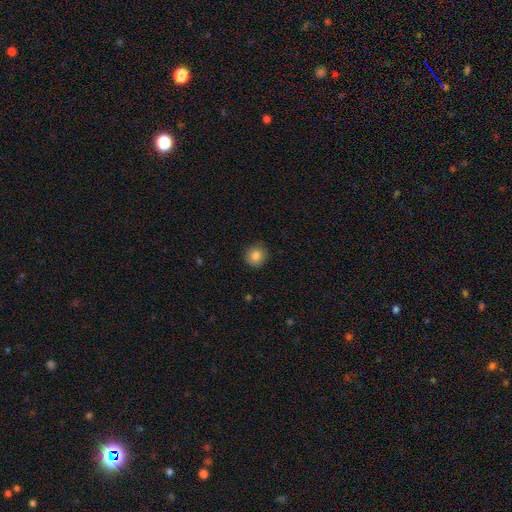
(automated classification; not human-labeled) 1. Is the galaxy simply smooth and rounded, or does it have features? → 84% smooth, 9% star or artifact, 7% featured or disk.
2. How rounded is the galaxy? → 89% round, 10% in between, 1% cigar-shaped.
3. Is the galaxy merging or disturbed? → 88% none, 9% minor disturbance, 2% major disturbance, 1% merger.